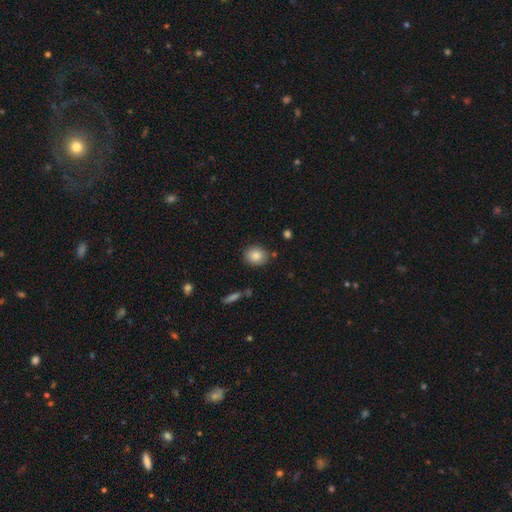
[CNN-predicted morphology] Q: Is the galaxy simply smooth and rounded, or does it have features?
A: smooth — 85%.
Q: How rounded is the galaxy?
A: round — 65%.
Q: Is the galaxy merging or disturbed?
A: none — 84%.